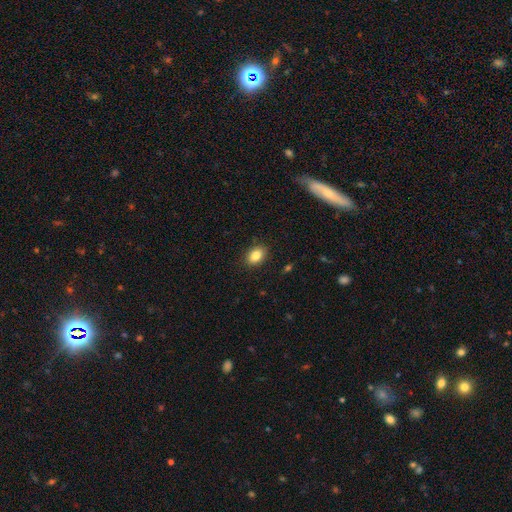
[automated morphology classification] type=smooth (85%); roundness=in between (81%); merging=none (88%).